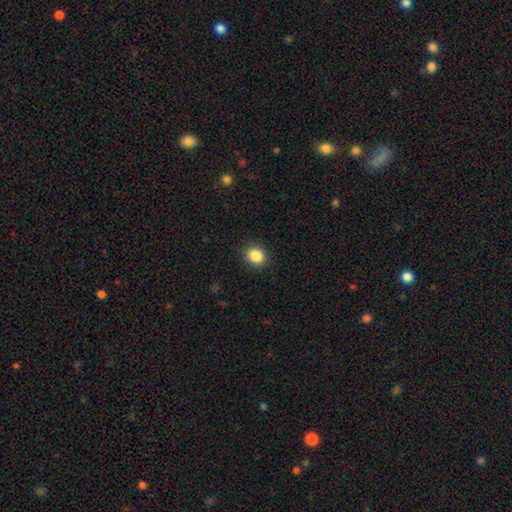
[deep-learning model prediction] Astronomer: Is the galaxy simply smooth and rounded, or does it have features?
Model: smooth — 87%.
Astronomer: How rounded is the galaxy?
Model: round — 73%.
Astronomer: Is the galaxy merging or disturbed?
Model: none — 89%.